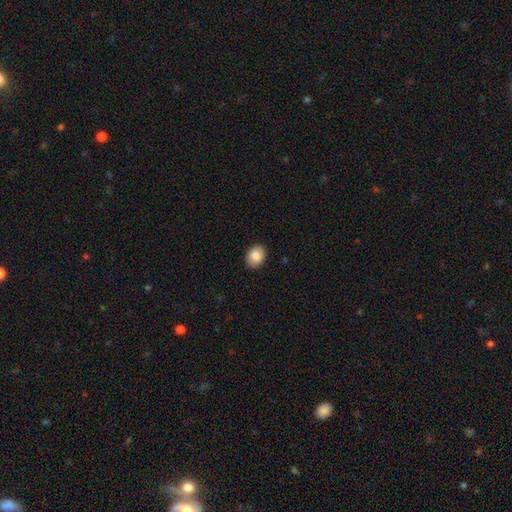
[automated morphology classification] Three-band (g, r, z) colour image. It shows a smooth galaxy with no disk features (88%) that is in between round and cigar-shaped (68%). Merging: none (88%).